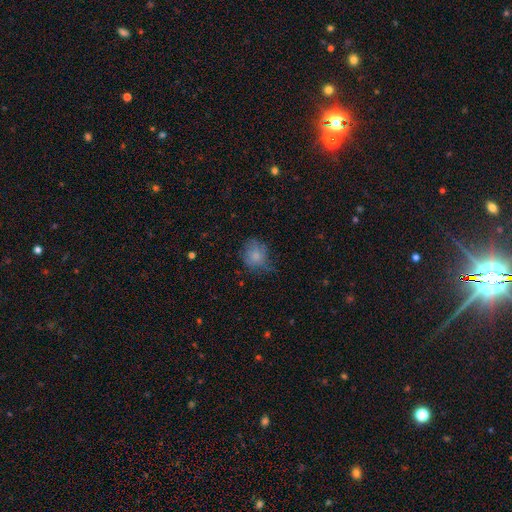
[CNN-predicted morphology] This appears to be a smooth galaxy with no disk features (74%) that is round (64%). Merging: none (54%).